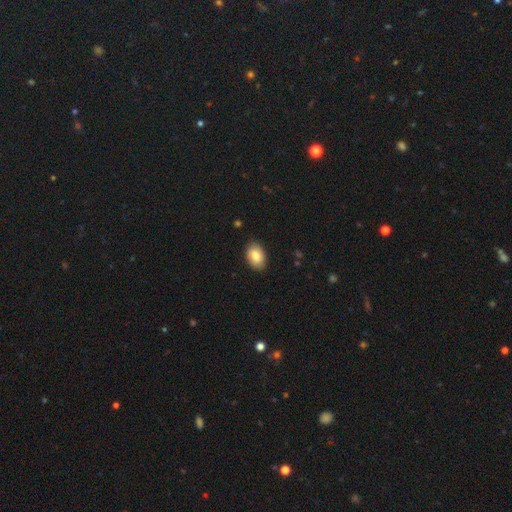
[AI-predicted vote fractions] The model was most divided on "smooth or featured": smooth: 81%, featured or disk: 12%, star or artifact: 7%. More confident: how rounded — in between (88%); merging — none (85%).